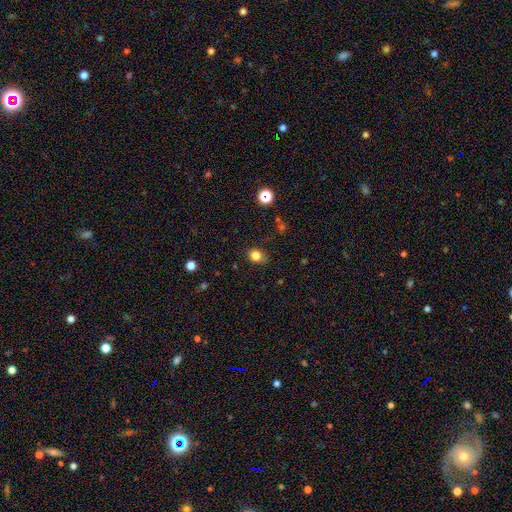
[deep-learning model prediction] A smooth galaxy with no disk features (81%) that is round (58%). Merging: none (77%).